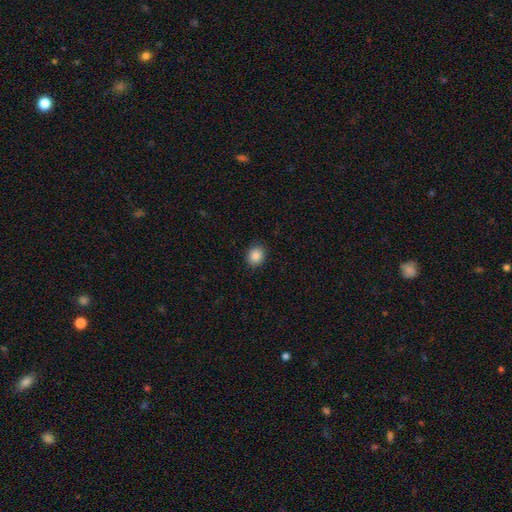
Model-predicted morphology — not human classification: Smooth or featured? smooth (88%)
How rounded? round (65%)
Merging? none (90%)